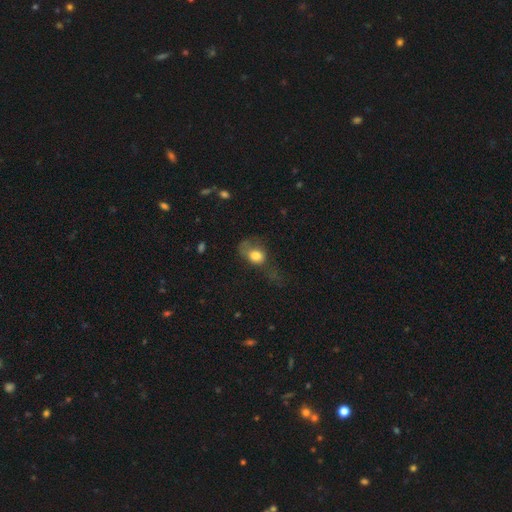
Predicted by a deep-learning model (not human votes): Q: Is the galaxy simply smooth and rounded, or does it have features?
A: smooth — 72%.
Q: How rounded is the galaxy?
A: in between — 55%.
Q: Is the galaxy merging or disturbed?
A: major disturbance — 50%.